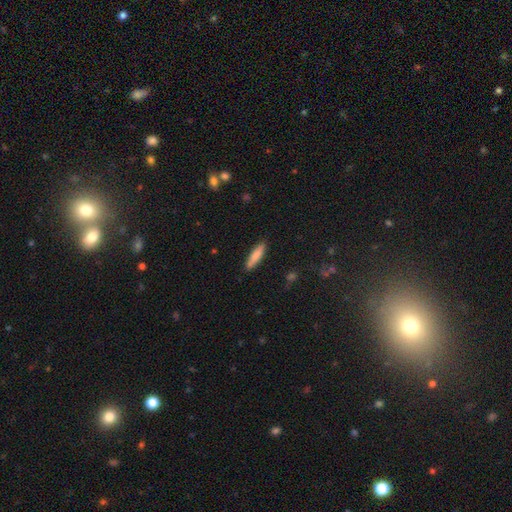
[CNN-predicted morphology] Smooth or featured? smooth (81%)
How rounded? cigar-shaped (76%)
Merging? none (84%)